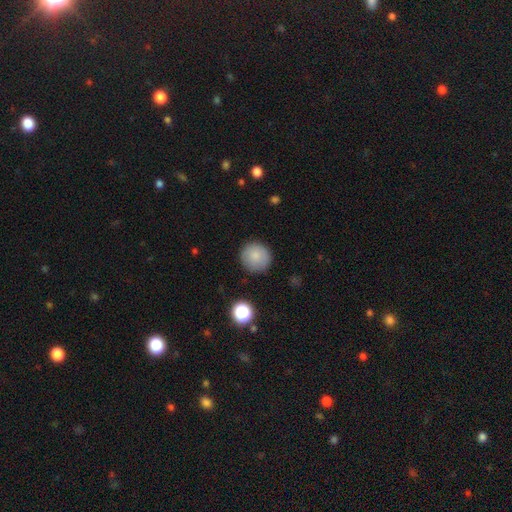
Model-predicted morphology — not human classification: smooth 82%, featured or disk 9%, star or artifact 9%. Down the decision tree: how rounded — round (94%); merging — none (87%).